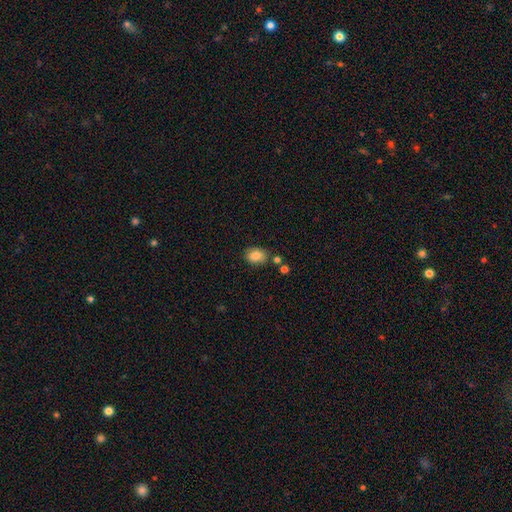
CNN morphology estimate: Overall: smooth (86%). How rounded: in between (69%). Merging: none (76%).